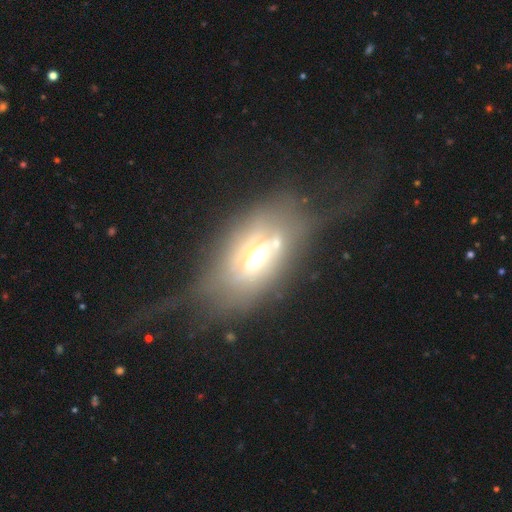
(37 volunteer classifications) smooth-or-featured: featured or disk: 70% | smooth: 22% | star or artifact: 8%
  disk-edge-on: no: 65% | yes: 35%
    bar: no: 53% | strong: 29% | weak: 18%
    has-spiral-arms: no: 88% | yes: 12%
    bulge-size: moderate: 59% | large: 24% | small: 12% | dominant: 6% | none: 0%
  merging: major disturbance: 50% | none: 26% | minor disturbance: 15% | merger: 9%